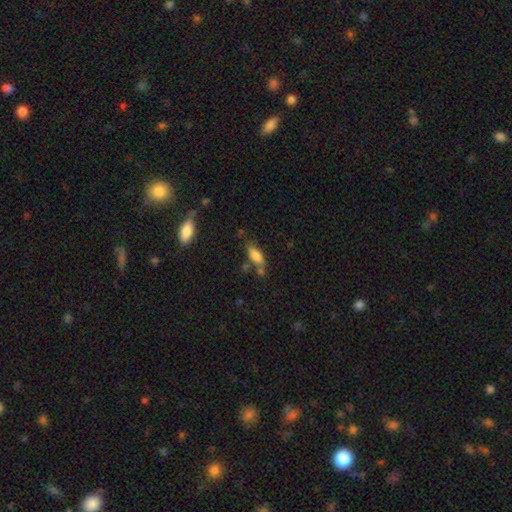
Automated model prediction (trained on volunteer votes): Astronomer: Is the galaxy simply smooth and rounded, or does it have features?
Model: smooth — 80%.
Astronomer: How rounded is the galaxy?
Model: in between — 78%.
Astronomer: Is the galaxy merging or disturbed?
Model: none — 56%.